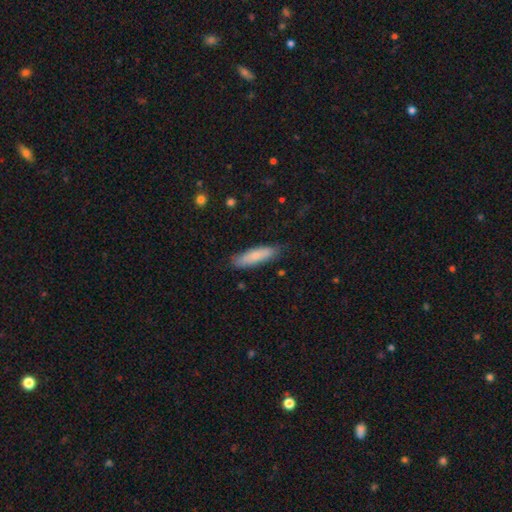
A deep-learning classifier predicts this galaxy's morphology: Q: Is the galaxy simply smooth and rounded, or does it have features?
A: smooth — 79%.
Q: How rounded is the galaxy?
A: cigar-shaped — 69%.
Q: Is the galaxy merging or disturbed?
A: none — 83%.